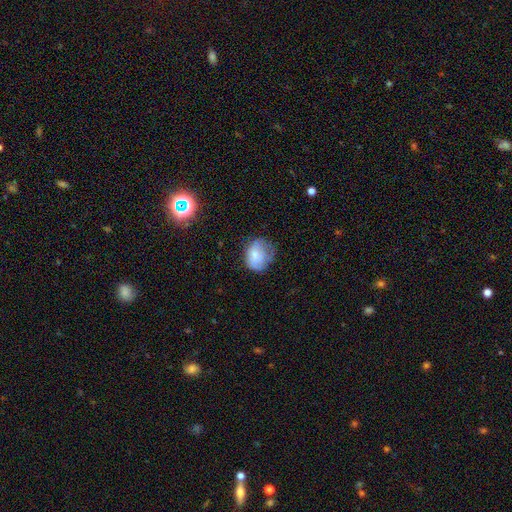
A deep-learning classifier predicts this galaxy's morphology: This appears to be a smooth galaxy with no disk features (70%) that is round (54%). Merging: none (47%).